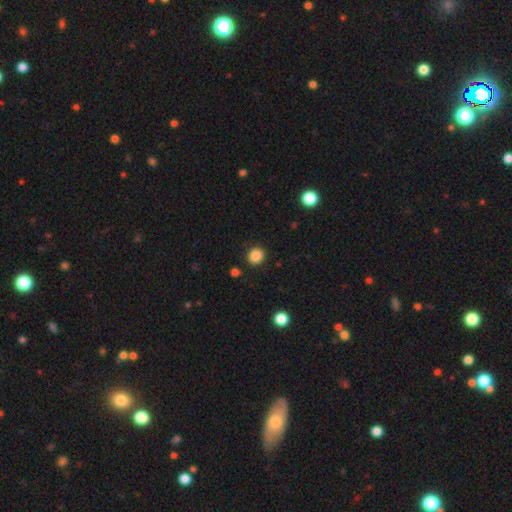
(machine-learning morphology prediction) This is clearly a smooth galaxy (86%). How rounded: clearly round (86%). Merging: clearly none (90%).